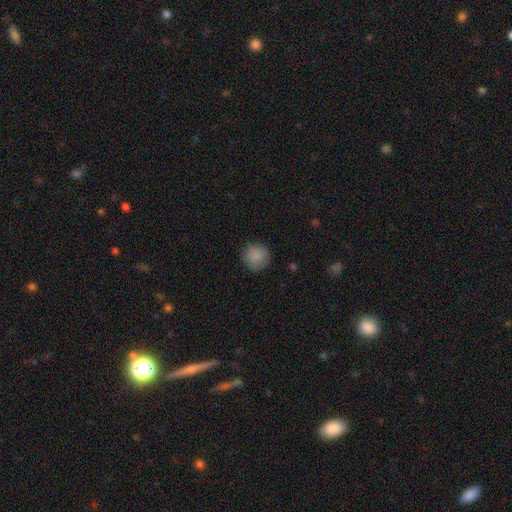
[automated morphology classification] Smooth or featured?
  - smooth: 87% *
  - star or artifact: 8%
  - featured or disk: 5%
How rounded?
  - round: 94% *
  - in between: 5%
  - cigar-shaped: 1%
Merging?
  - none: 86% *
  - minor disturbance: 10%
  - major disturbance: 3%
  - merger: 1%